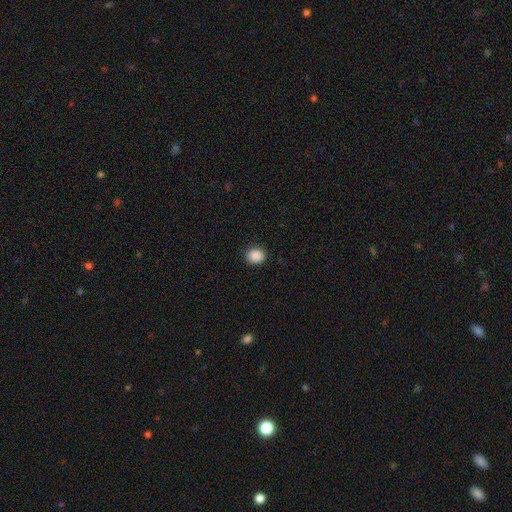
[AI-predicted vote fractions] smooth-or-featured: smooth: 88% | star or artifact: 9% | featured or disk: 2%
  how-rounded: round: 74% | in between: 25% | cigar-shaped: 1%
  merging: none: 88% | minor disturbance: 9% | major disturbance: 2% | merger: 1%